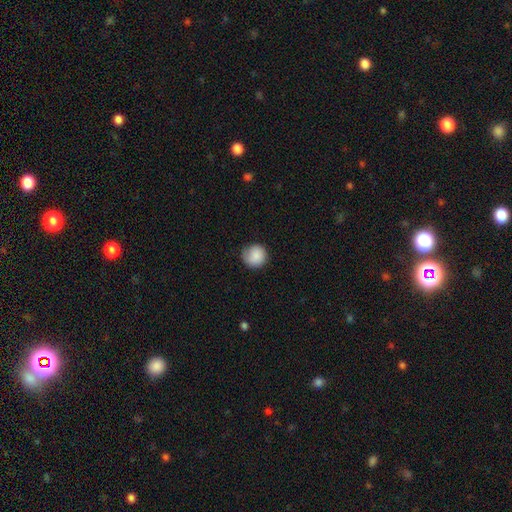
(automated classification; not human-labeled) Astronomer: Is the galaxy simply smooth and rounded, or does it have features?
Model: smooth — 87%.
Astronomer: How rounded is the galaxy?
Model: round — 93%.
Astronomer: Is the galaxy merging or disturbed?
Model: none — 81%.